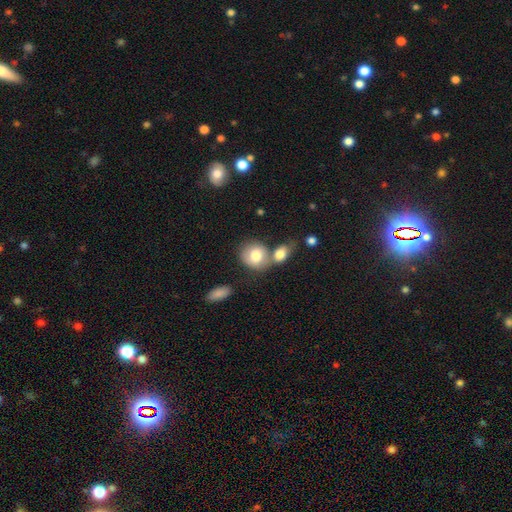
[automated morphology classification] This is likely a smooth galaxy (77%). How rounded: likely round (69%). Merging: marginally none (43%).